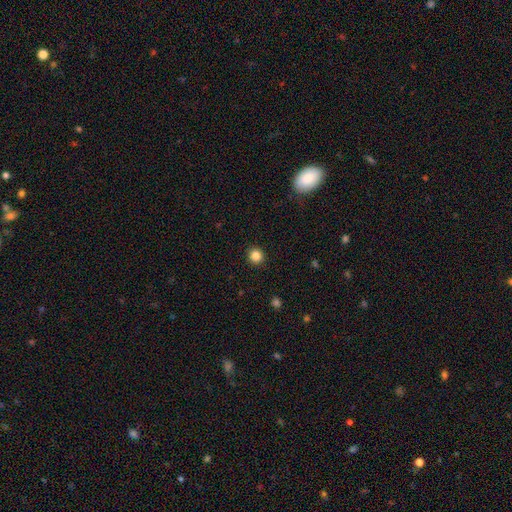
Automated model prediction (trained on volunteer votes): Morphology: type=smooth (84%); roundness=round (93%); merging=none (93%).